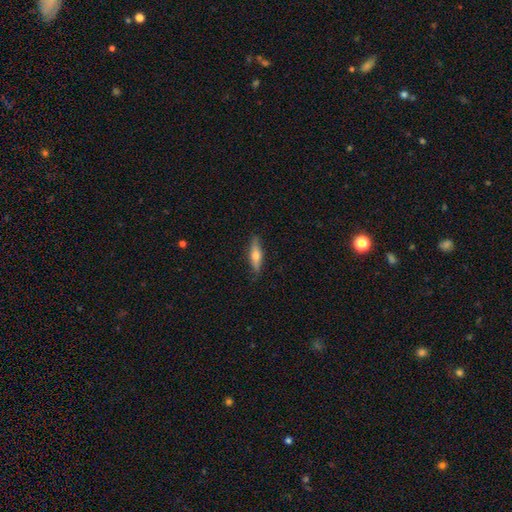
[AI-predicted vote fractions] smooth 50%, featured or disk 44%, star or artifact 6%. Down the decision tree: how rounded — cigar-shaped (67%); merging — none (86%).